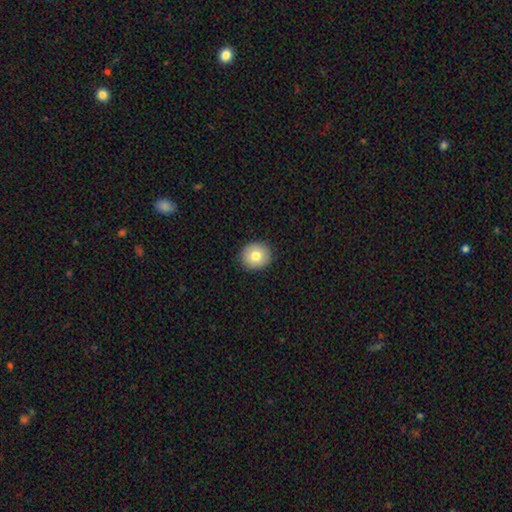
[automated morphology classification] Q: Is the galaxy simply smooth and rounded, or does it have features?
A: smooth — 79%.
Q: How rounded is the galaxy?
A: round — 84%.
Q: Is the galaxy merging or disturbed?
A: none — 91%.